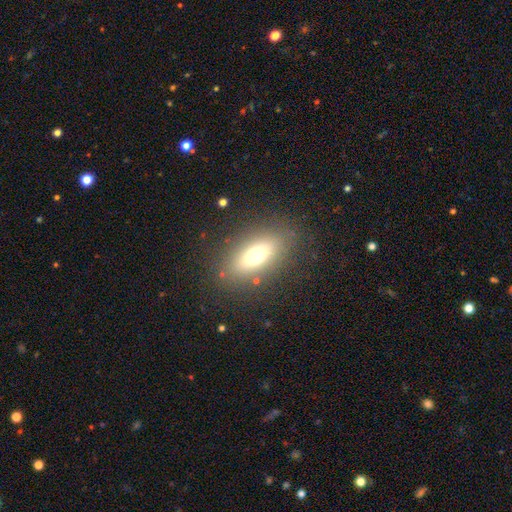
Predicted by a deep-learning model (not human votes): This is likely a smooth galaxy (67%). How rounded: likely in between (76%). Merging: clearly none (83%).